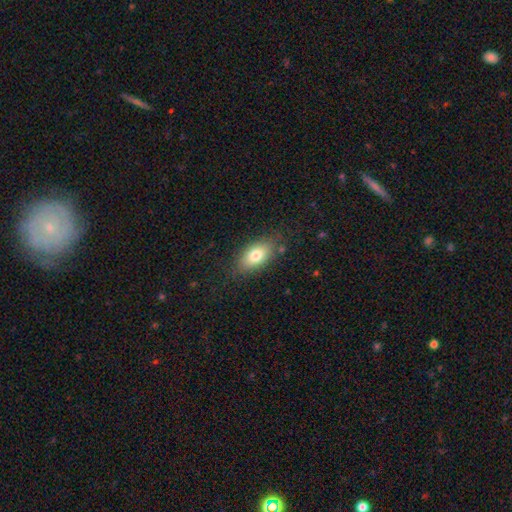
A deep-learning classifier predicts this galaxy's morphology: Smooth or featured: smooth — 77% (featured or disk — 15%)
How rounded: in between — 88% (cigar-shaped — 6%)
Merging: none — 79% (minor disturbance — 15%)